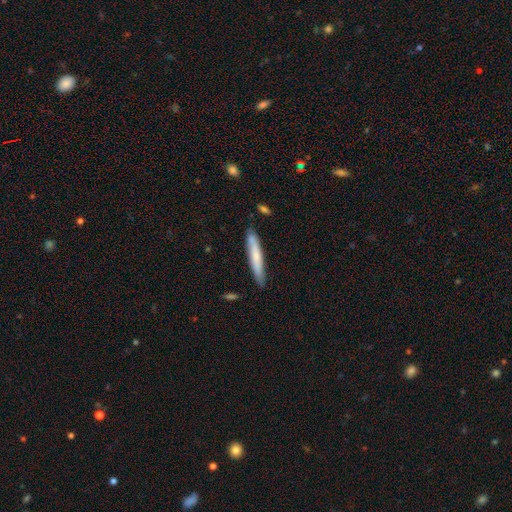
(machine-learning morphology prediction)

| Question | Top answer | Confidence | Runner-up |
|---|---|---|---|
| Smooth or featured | smooth | 69% | featured or disk (25%) |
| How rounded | cigar-shaped | 94% | in between (5%) |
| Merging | none | 83% | minor disturbance (13%) |